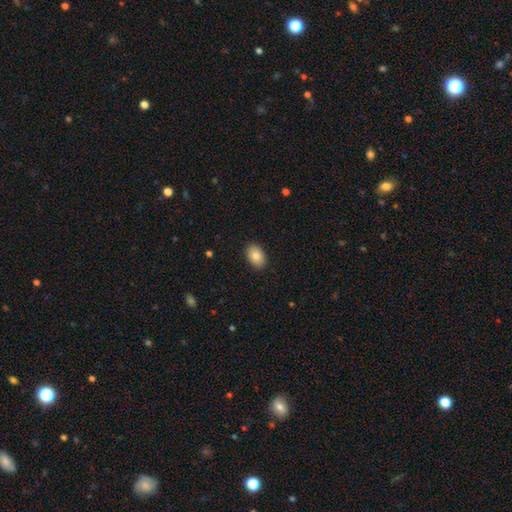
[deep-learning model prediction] Overall: smooth (84%). How rounded: in between (86%). Merging: none (89%).